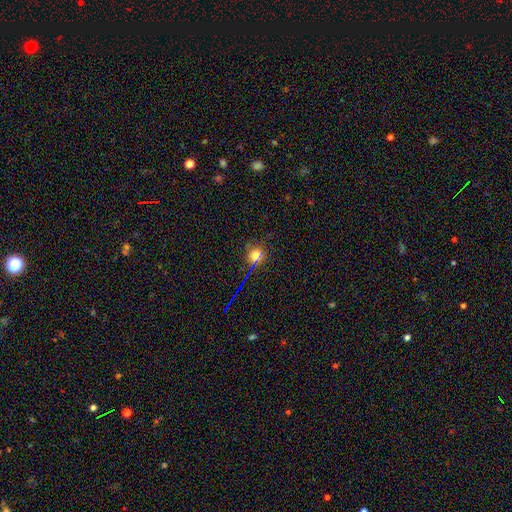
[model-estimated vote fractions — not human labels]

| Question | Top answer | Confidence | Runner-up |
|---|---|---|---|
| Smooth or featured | smooth | 60% | star or artifact (30%) |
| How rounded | round | 89% | in between (10%) |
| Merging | none | 82% | minor disturbance (10%) |